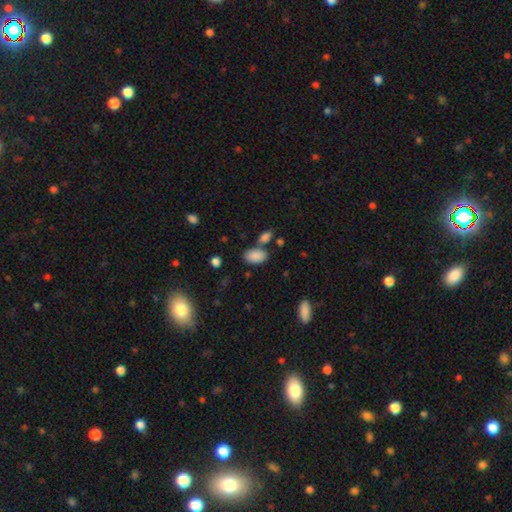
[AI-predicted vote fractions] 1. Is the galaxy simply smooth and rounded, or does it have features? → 87% smooth, 8% star or artifact, 5% featured or disk.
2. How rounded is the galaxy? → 94% in between, 5% round, 2% cigar-shaped.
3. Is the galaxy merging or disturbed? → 66% none, 16% merger, 14% minor disturbance, 4% major disturbance.